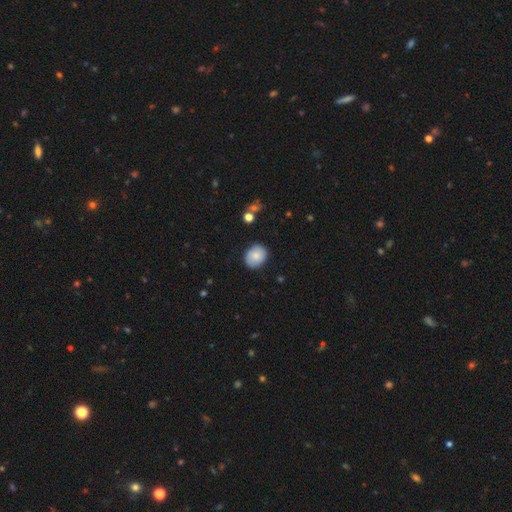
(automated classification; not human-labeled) smooth-or-featured: smooth: 76% | featured or disk: 17% | star or artifact: 8%
  how-rounded: round: 60% | in between: 39% | cigar-shaped: 1%
  merging: none: 84% | minor disturbance: 12% | major disturbance: 3% | merger: 1%